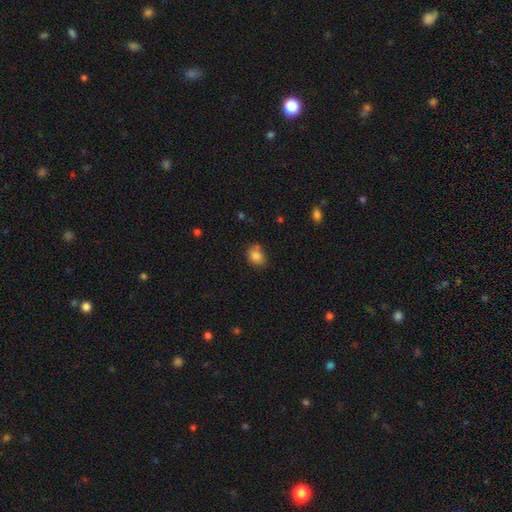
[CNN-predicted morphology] Smooth or featured: smooth — 84% (star or artifact — 10%)
How rounded: in between — 55% (round — 44%)
Merging: none — 62% (minor disturbance — 24%)